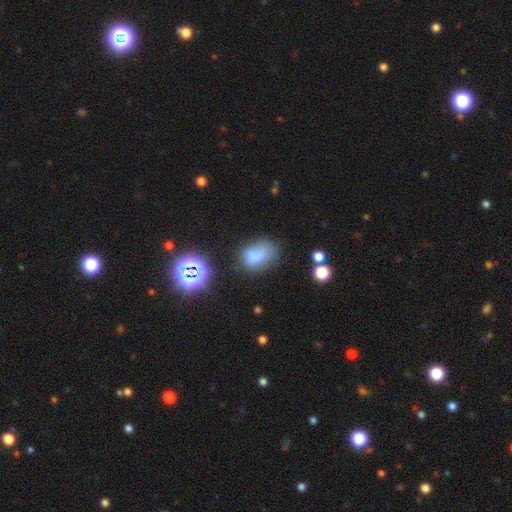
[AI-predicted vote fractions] smooth 68%, star or artifact 18%, featured or disk 15%. Down the decision tree: how rounded — in between (78%); merging — none (44%).